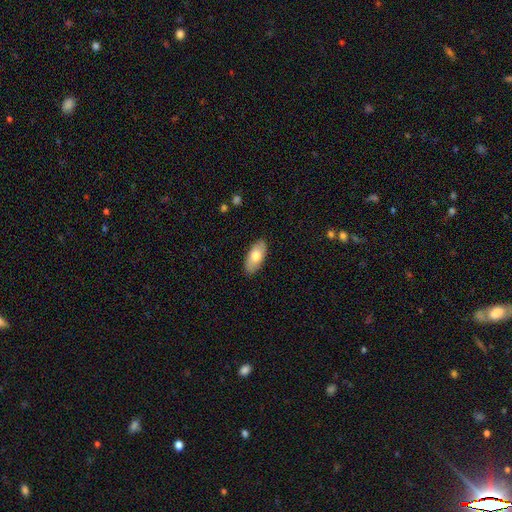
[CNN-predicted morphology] Smooth or featured?
  - smooth: 72% *
  - featured or disk: 22%
  - star or artifact: 6%
How rounded?
  - in between: 91% *
  - cigar-shaped: 7%
  - round: 2%
Merging?
  - none: 88% *
  - minor disturbance: 9%
  - major disturbance: 2%
  - merger: 1%